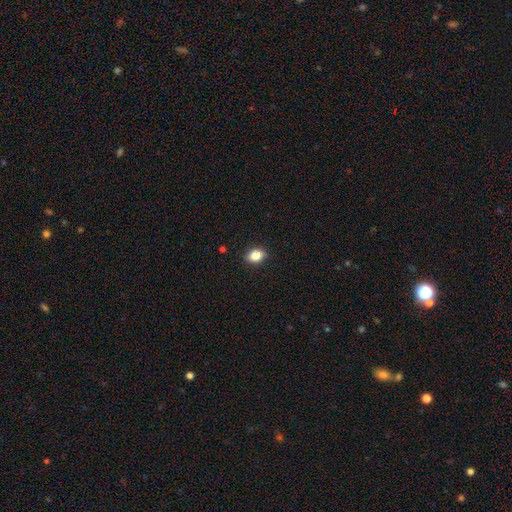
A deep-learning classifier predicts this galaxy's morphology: This is clearly a smooth galaxy (84%). How rounded: likely in between (67%). Merging: clearly none (88%).